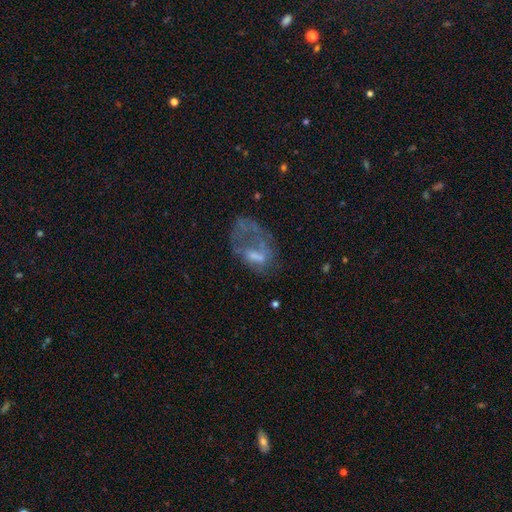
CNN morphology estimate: type=featured or disk (55%); edge-on=no (97%); bar=no (73%); spiral arms=no (77%); bulge=none (39%); merging=major disturbance (50%).